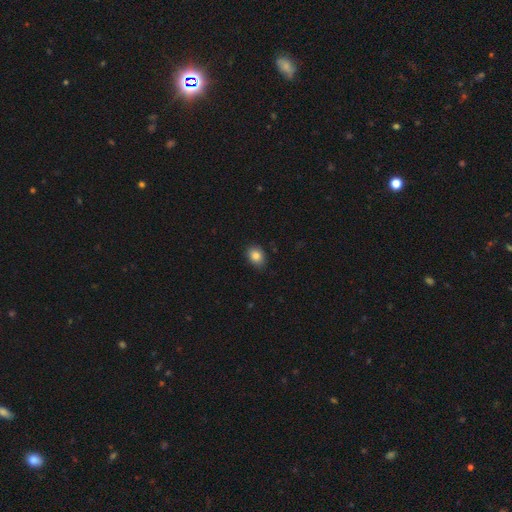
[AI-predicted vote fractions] Overall: smooth (84%). How rounded: in between (59%; round 40%). Merging: none (85%).